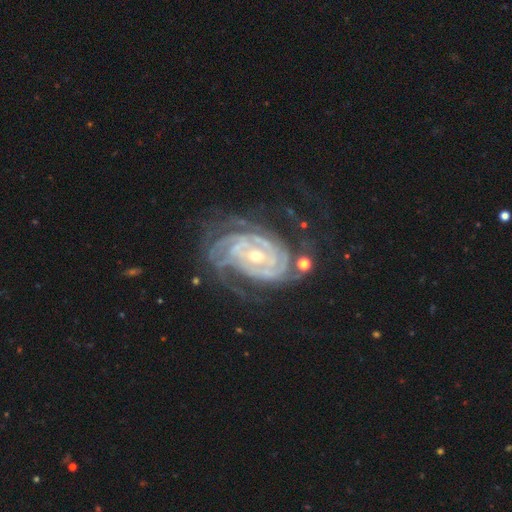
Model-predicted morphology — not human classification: smooth_or_featured: featured or disk (p=0.91) [alt: star or artifact p=0.05]
disk_edge_on: no (p=0.96) [alt: yes p=0.04]
bar: no (p=0.48) [alt: weak p=0.32]
has_spiral_arms: yes (p=0.98) [alt: no p=0.02]
spiral_winding: tight (p=0.80) [alt: medium p=0.17]
spiral_arm_count: 3 (p=0.23) [alt: 2 p=0.21]
bulge_size: small (p=0.56) [alt: moderate p=0.41]
merging: none (p=0.62) [alt: minor disturbance p=0.20]